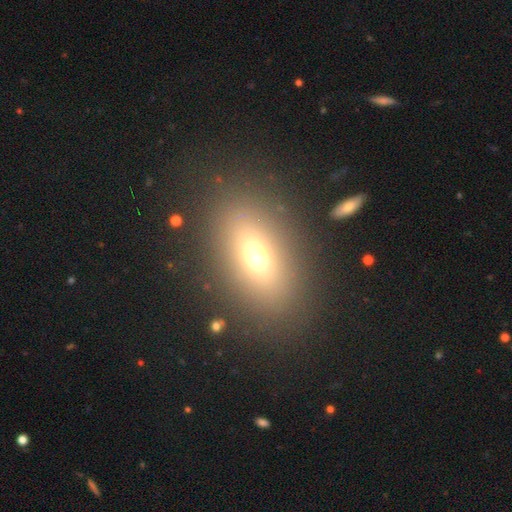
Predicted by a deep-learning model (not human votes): The model was most divided on "smooth or featured": smooth: 66%, featured or disk: 18%, star or artifact: 16%. More confident: merging — none (82%); how rounded — in between (79%).